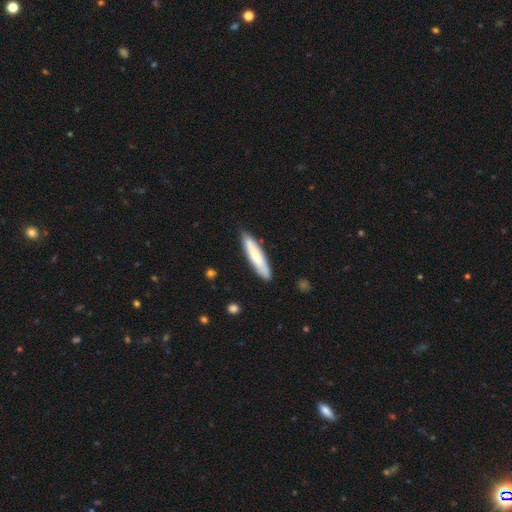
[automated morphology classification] smooth_or_featured: smooth (p=0.70) [alt: featured or disk p=0.25]
how_rounded: cigar-shaped (p=0.84) [alt: in between p=0.15]
merging: none (p=0.84) [alt: minor disturbance p=0.12]